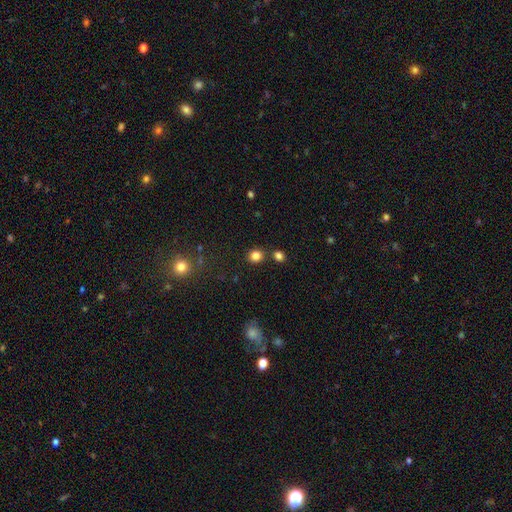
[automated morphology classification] A smooth galaxy with no disk features (82%) that is round (75%).

Vote fractions:
- Smooth or featured? smooth: 82% / star or artifact: 13% / featured or disk: 5%
- How rounded? round: 75% / in between: 24% / cigar-shaped: 1%
- Merging? none: 79% / merger: 10% / minor disturbance: 8% / major disturbance: 3%